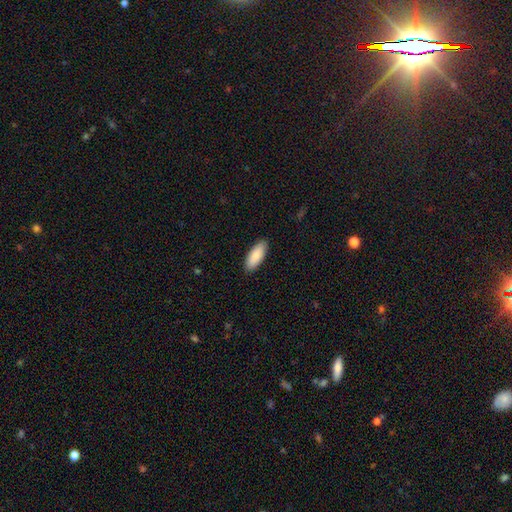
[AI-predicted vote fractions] Q: Smooth or featured?
A: smooth (86%); runner-up: featured or disk (8%)
Q: How rounded?
A: in between (81%); runner-up: cigar-shaped (17%)
Q: Merging?
A: none (89%); runner-up: minor disturbance (8%)